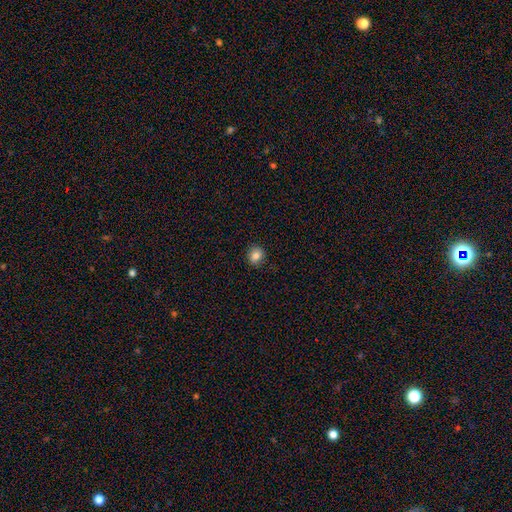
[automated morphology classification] smooth-or-featured: smooth: 84% | star or artifact: 10% | featured or disk: 6%
  how-rounded: round: 74% | in between: 25% | cigar-shaped: 1%
  merging: none: 89% | minor disturbance: 8% | major disturbance: 2% | merger: 1%